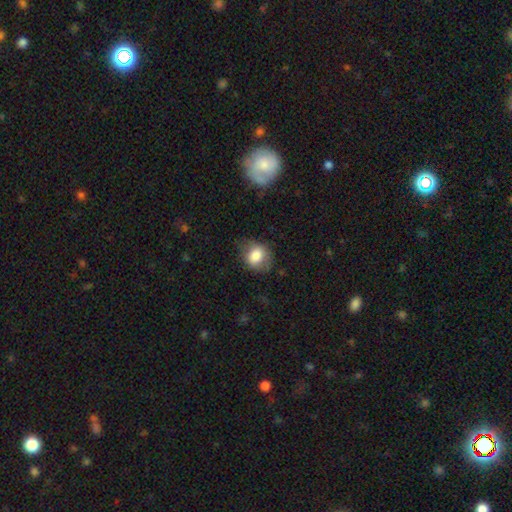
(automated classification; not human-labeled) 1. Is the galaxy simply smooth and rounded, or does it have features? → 81% smooth, 11% featured or disk, 8% star or artifact.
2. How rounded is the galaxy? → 56% round, 43% in between, 1% cigar-shaped.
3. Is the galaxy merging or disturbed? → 63% none, 26% minor disturbance, 10% major disturbance, 1% merger.